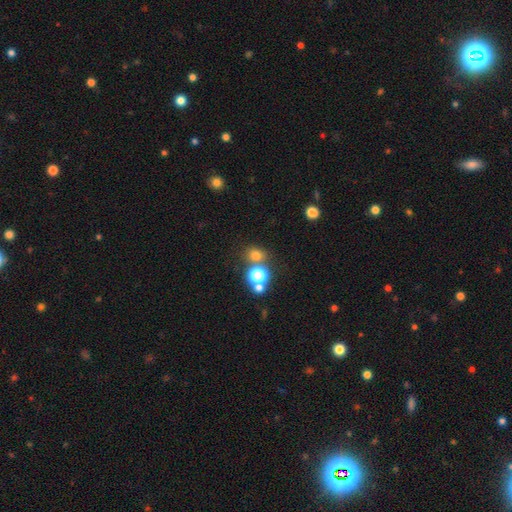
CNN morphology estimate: Smooth or featured: smooth — 69% (star or artifact — 24%)
How rounded: round — 76% (in between — 23%)
Merging: none — 69% (merger — 18%)